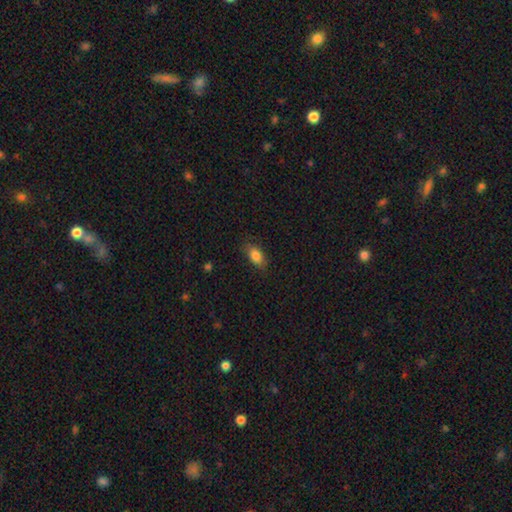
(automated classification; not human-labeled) Overall: smooth (84%). How rounded: in between (88%). Merging: none (79%).